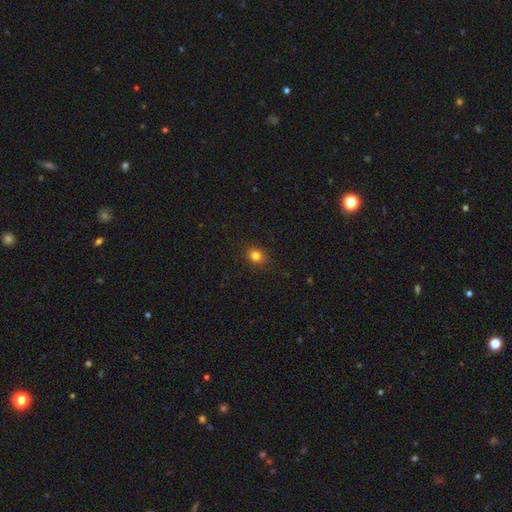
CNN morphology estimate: smooth-or-featured: smooth: 81% | star or artifact: 13% | featured or disk: 6%
  how-rounded: round: 76% | in between: 23% | cigar-shaped: 1%
  merging: none: 90% | minor disturbance: 7% | major disturbance: 2% | merger: 1%